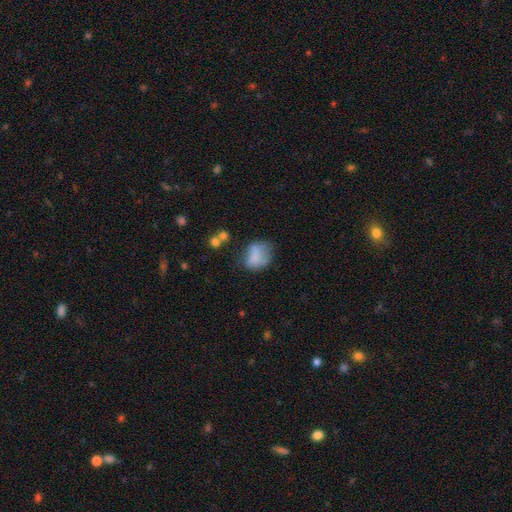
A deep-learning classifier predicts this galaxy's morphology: Q: Smooth or featured?
A: smooth (70%); runner-up: featured or disk (20%)
Q: How rounded?
A: in between (67%); runner-up: round (31%)
Q: Merging?
A: none (38%); runner-up: minor disturbance (31%)